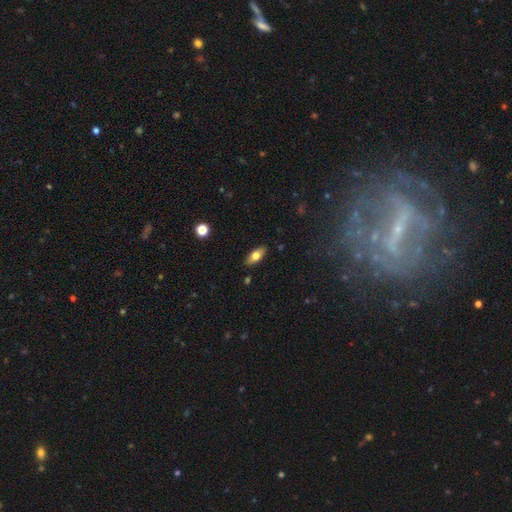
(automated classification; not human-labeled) Overall: smooth (68%). How rounded: in between (80%). Merging: none (87%).